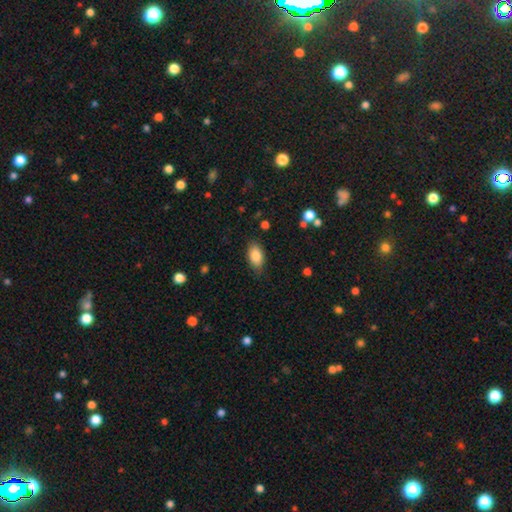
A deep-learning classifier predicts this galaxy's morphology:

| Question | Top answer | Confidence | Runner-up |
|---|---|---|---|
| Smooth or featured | smooth | 85% | featured or disk (8%) |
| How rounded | in between | 92% | round (5%) |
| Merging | none | 81% | minor disturbance (14%) |